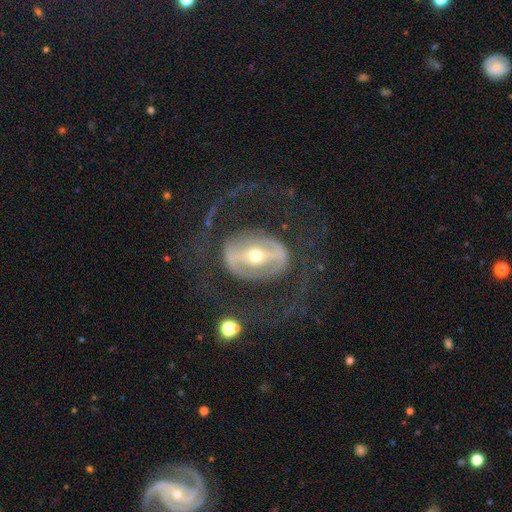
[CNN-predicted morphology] smooth-or-featured: featured or disk: 84% | smooth: 10% | star or artifact: 6%
  disk-edge-on: no: 94% | yes: 6%
    bar: strong: 59% | weak: 26% | no: 16%
    has-spiral-arms: yes: 57% | no: 43%
    bulge-size: moderate: 53% | small: 39% | large: 5% | dominant: 1% | none: 1%
  merging: none: 65% | major disturbance: 22% | minor disturbance: 11% | merger: 2%